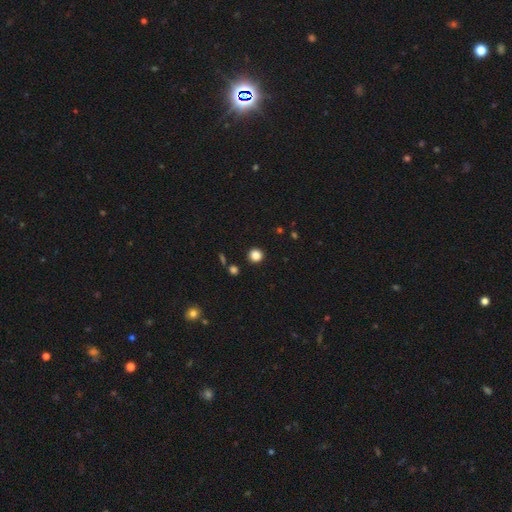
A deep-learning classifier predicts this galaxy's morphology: Smooth or featured? Predicted: smooth (p=0.85). How rounded? Predicted: round (p=0.94). Merging? Predicted: none (p=0.91).